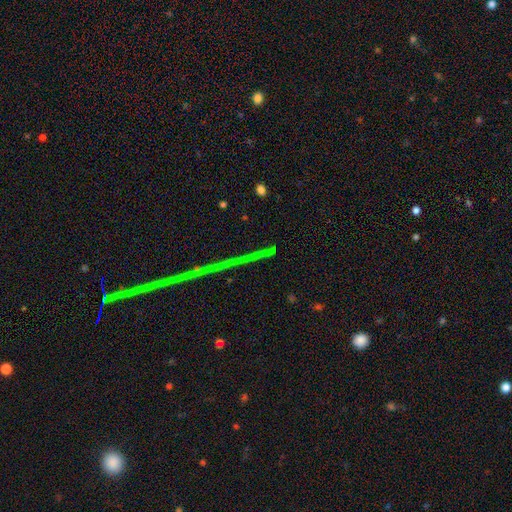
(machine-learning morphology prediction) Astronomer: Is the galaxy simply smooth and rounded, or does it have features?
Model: star or artifact — 82%.